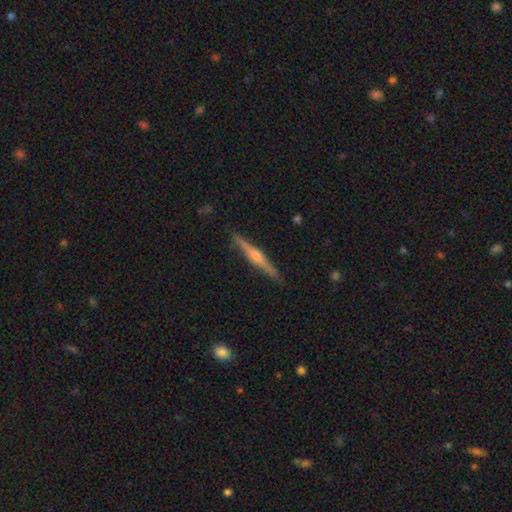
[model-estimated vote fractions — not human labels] Q: Smooth or featured?
A: featured or disk (76%); runner-up: smooth (18%)
Q: Edge-on disk?
A: yes (98%); runner-up: no (2%)
Q: Edge-on bulge?
A: rounded (87%); runner-up: none (8%)
Q: Merging?
A: none (91%); runner-up: minor disturbance (7%)